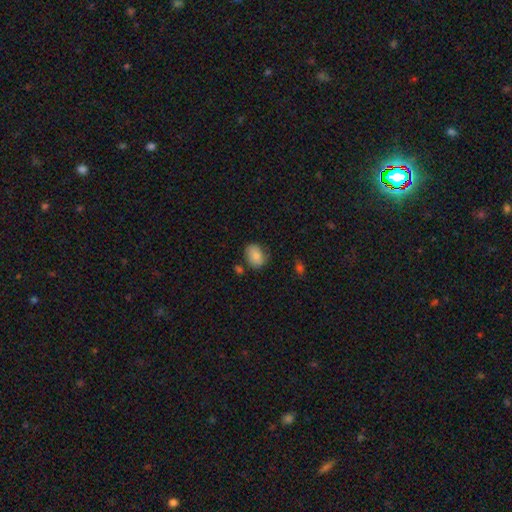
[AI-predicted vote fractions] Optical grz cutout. It shows a smooth galaxy with no disk features (81%) that is in between round and cigar-shaped (67%). Merging: none (67%).